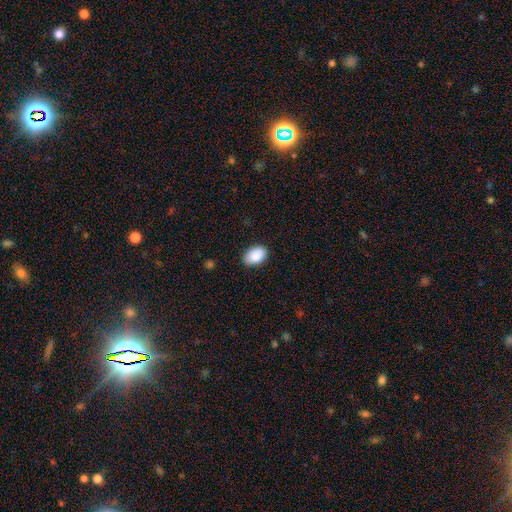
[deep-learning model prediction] smooth-or-featured: smooth: 89% | star or artifact: 7% | featured or disk: 4%
  how-rounded: in between: 87% | round: 12% | cigar-shaped: 1%
  merging: none: 86% | minor disturbance: 11% | major disturbance: 2% | merger: 1%